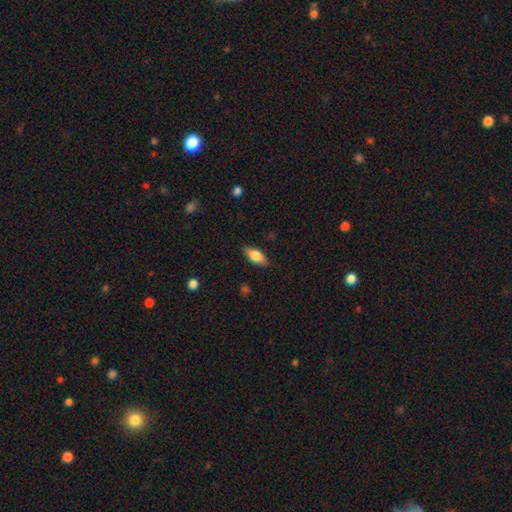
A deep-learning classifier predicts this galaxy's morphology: Smooth or featured?
  - smooth: 70% *
  - featured or disk: 23%
  - star or artifact: 7%
How rounded?
  - in between: 82% *
  - cigar-shaped: 14%
  - round: 4%
Merging?
  - none: 85% *
  - minor disturbance: 11%
  - major disturbance: 3%
  - merger: 1%